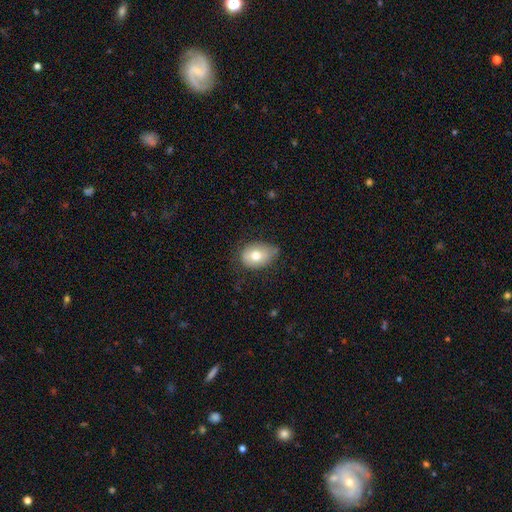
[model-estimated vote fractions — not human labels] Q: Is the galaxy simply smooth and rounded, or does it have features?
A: smooth — 74%.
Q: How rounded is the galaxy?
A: in between — 75%.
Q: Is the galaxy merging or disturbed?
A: none — 59%.